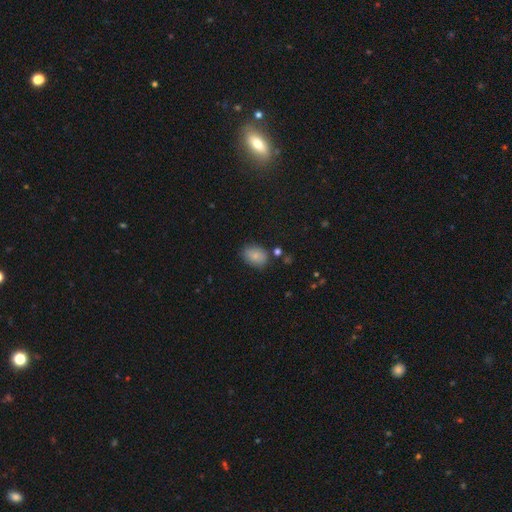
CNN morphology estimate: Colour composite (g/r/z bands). It shows a smooth galaxy with no disk features (81%) that is in between round and cigar-shaped (73%). Merging: none (77%).